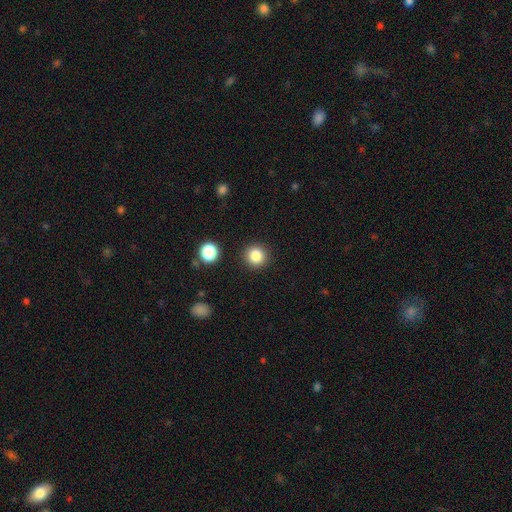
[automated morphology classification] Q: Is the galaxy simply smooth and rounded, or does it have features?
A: smooth — 83%.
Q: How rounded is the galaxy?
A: round — 94%.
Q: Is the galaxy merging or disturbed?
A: none — 91%.